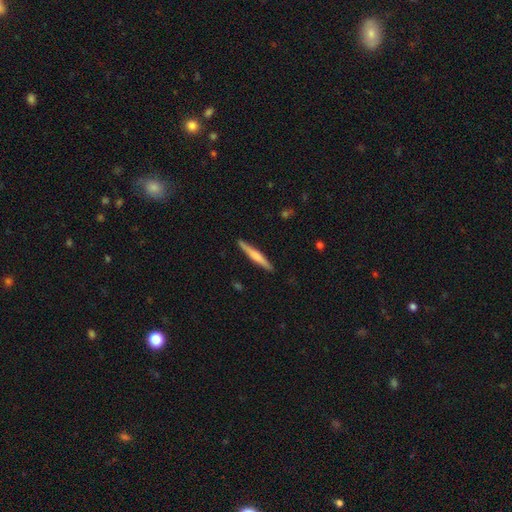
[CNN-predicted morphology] This is possibly a smooth galaxy (51%). How rounded: clearly cigar-shaped (95%). Merging: clearly none (90%).